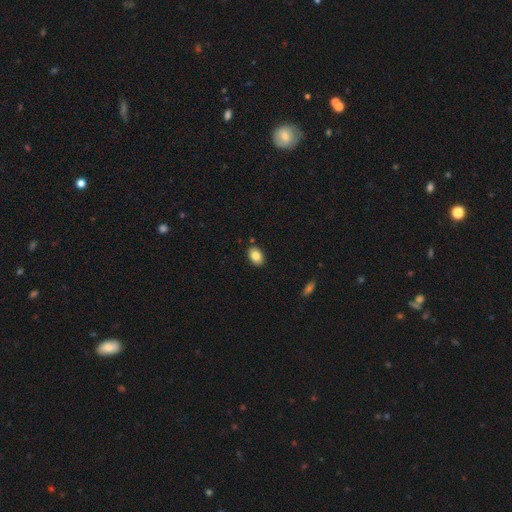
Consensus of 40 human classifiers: Q: Smooth or featured?
A: smooth (78%); runner-up: star or artifact (12%)
Q: How rounded?
A: in between (97%); runner-up: round (3%)
Q: Merging?
A: none (89%); runner-up: minor disturbance (11%)